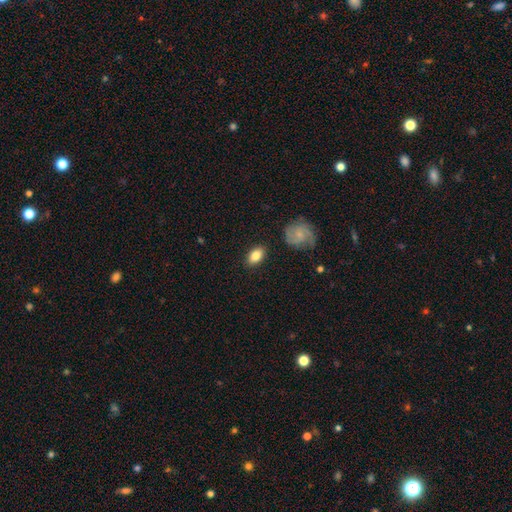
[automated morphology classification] Q: Smooth or featured?
A: smooth (80%); runner-up: featured or disk (14%)
Q: How rounded?
A: in between (86%); runner-up: round (10%)
Q: Merging?
A: none (85%); runner-up: minor disturbance (11%)